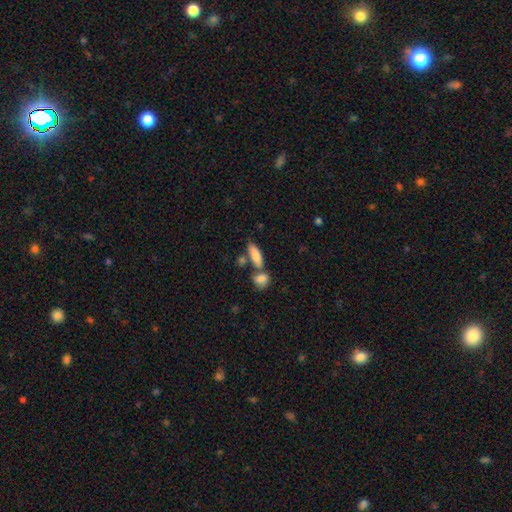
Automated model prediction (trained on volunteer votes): Smooth or featured? smooth (82%)
How rounded? in between (63%)
Merging? none (53%)